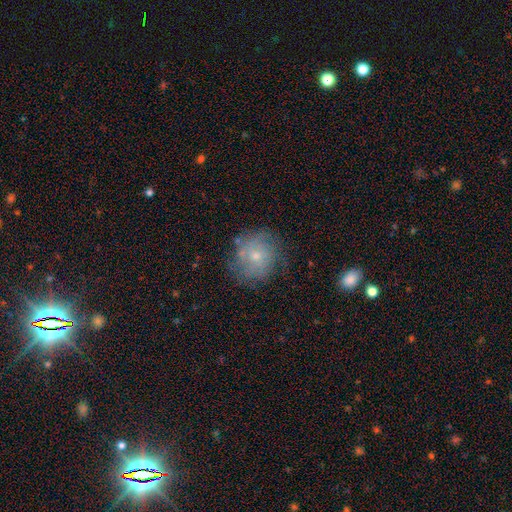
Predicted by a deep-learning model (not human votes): Q: Smooth or featured?
A: smooth (52%); runner-up: featured or disk (38%)
Q: How rounded?
A: round (83%); runner-up: in between (16%)
Q: Merging?
A: none (68%); runner-up: minor disturbance (20%)